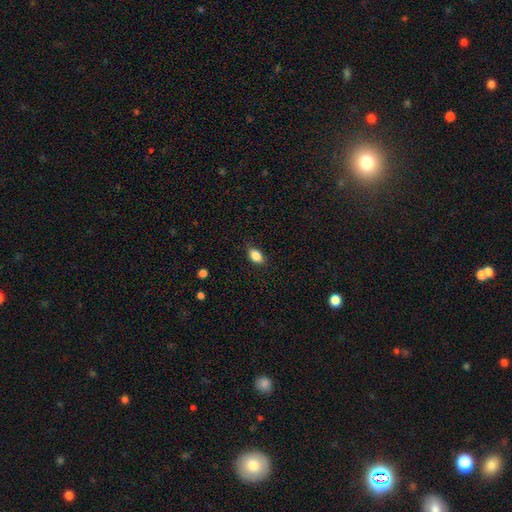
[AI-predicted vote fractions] Smooth or featured: smooth — 86% (star or artifact — 8%)
How rounded: in between — 86% (round — 12%)
Merging: none — 82% (minor disturbance — 14%)